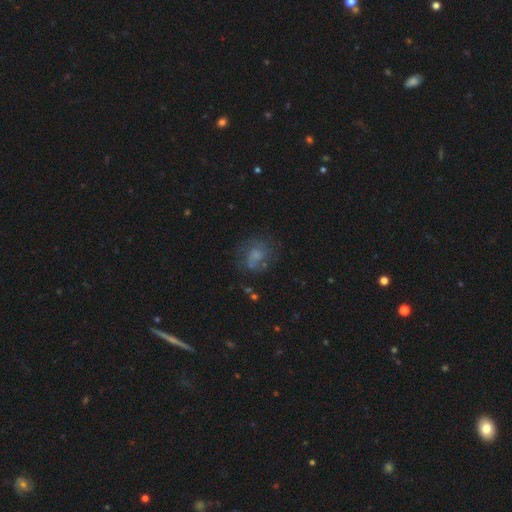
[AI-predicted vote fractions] Morphology: type=smooth (44%); merging=none (60%).